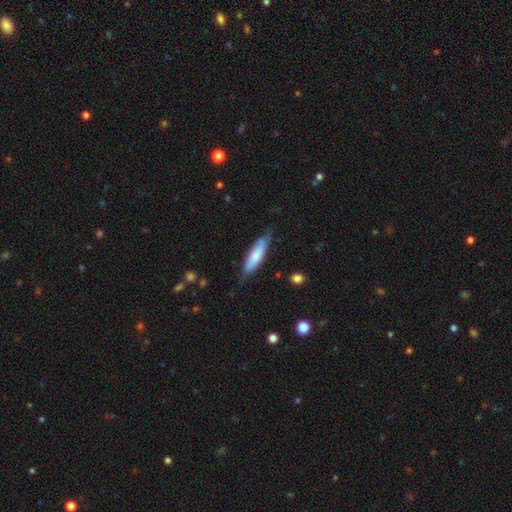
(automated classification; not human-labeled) Q: Smooth or featured?
A: smooth (72%); runner-up: featured or disk (23%)
Q: How rounded?
A: cigar-shaped (64%); runner-up: in between (34%)
Q: Merging?
A: none (68%); runner-up: minor disturbance (25%)